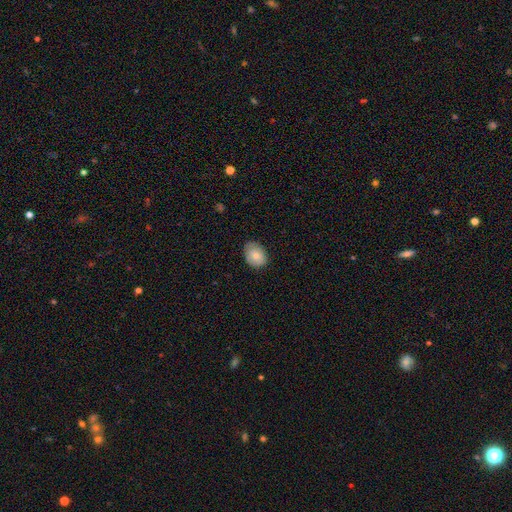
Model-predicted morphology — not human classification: Smooth or featured? Predicted: smooth (p=0.78). How rounded? Predicted: in between (p=0.67). Merging? Predicted: none (p=0.75).